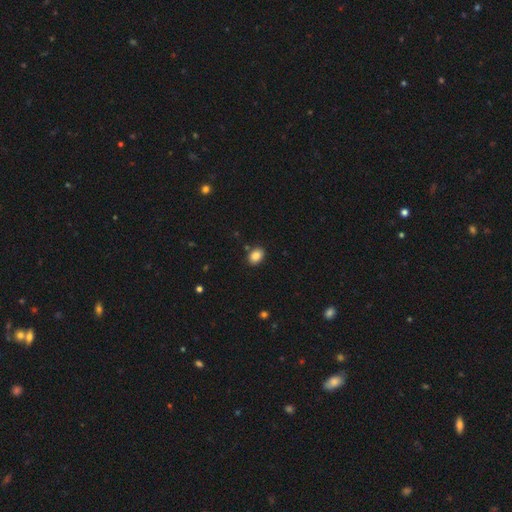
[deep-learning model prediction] Smooth or featured: smooth — 87% (star or artifact — 9%)
How rounded: in between — 75% (round — 24%)
Merging: none — 87% (minor disturbance — 9%)